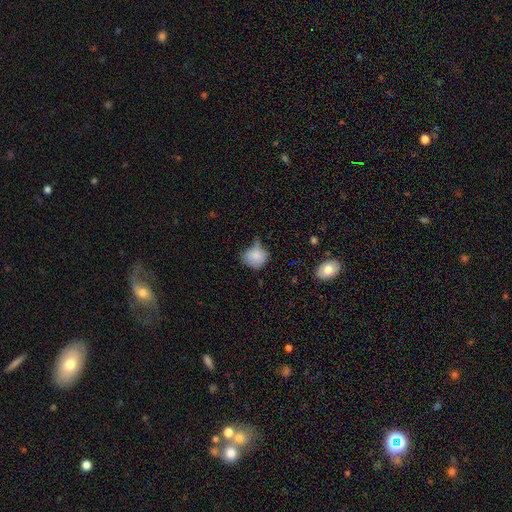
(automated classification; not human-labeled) Overall: smooth (81%). How rounded: round (64%; in between 35%). Merging: none (39%, tied with minor disturbance).